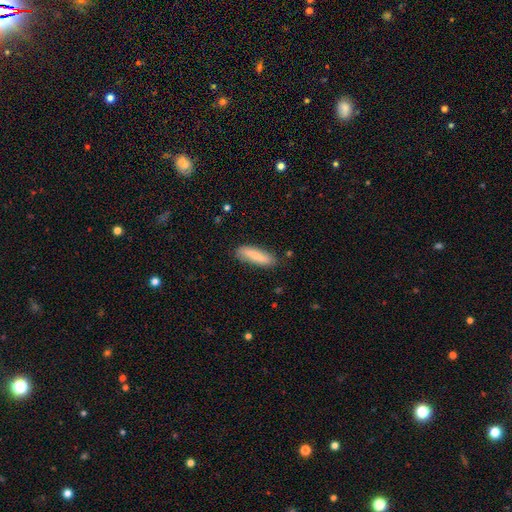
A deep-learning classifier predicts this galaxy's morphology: This is clearly a smooth galaxy (81%). How rounded: likely cigar-shaped (70%). Merging: clearly none (81%).